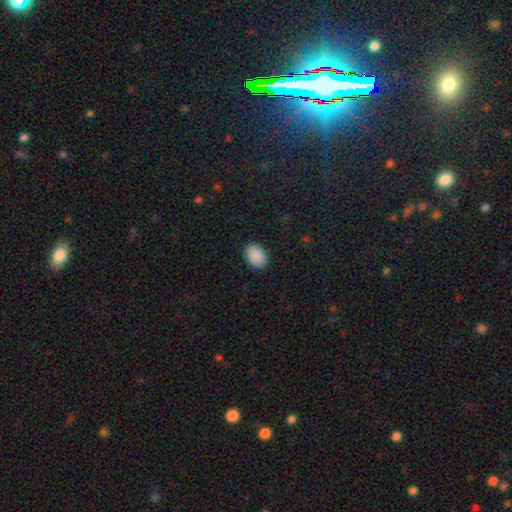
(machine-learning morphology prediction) Smooth or featured: smooth — 90% (star or artifact — 7%)
How rounded: in between — 80% (round — 19%)
Merging: none — 89% (minor disturbance — 8%)